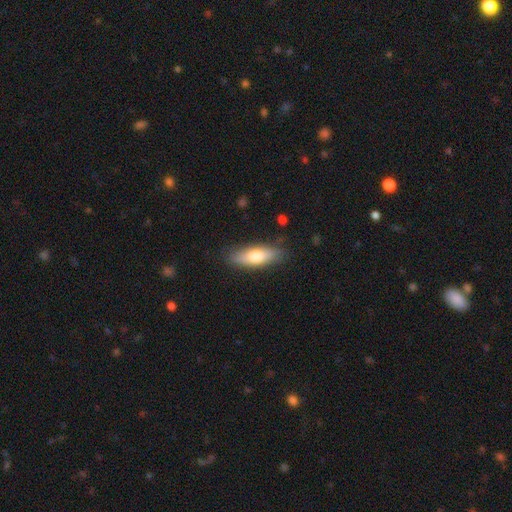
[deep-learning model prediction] smooth-or-featured: smooth: 68% | featured or disk: 26% | star or artifact: 6%
  how-rounded: in between: 57% | cigar-shaped: 41% | round: 3%
  merging: none: 81% | minor disturbance: 14% | major disturbance: 3% | merger: 2%